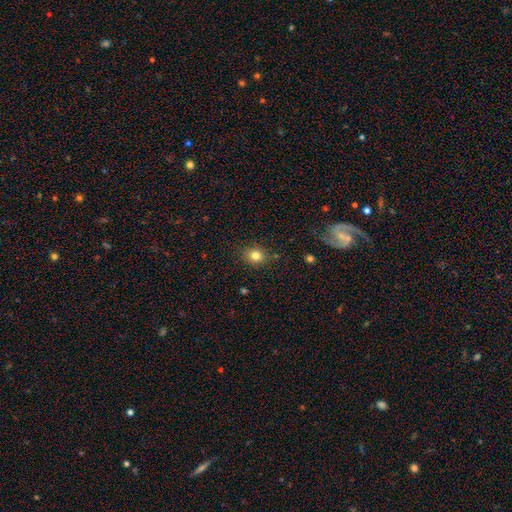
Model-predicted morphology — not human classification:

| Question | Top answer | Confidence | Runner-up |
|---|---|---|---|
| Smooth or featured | smooth | 80% | star or artifact (12%) |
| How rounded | round | 66% | in between (33%) |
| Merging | none | 84% | minor disturbance (11%) |